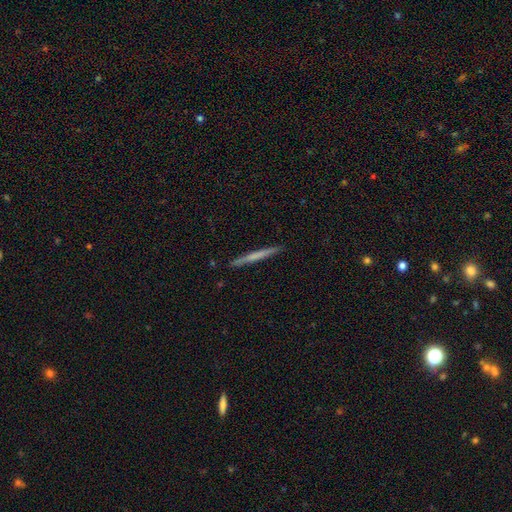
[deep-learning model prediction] The model was most divided on "smooth or featured": smooth: 51%, featured or disk: 44%, star or artifact: 5%. More confident: how rounded — cigar-shaped (97%); merging — none (92%).